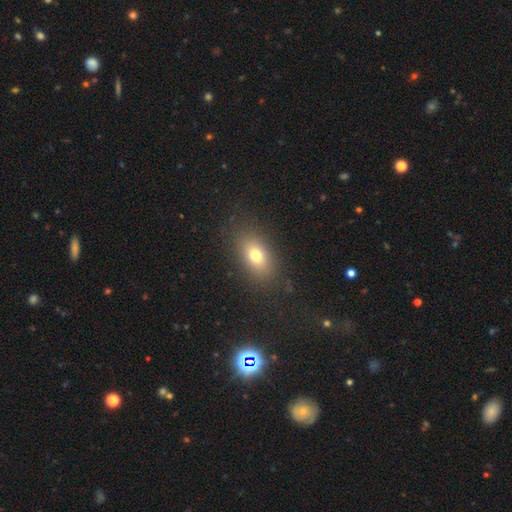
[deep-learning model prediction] Smooth or featured? smooth (73%)
How rounded? in between (81%)
Merging? none (84%)